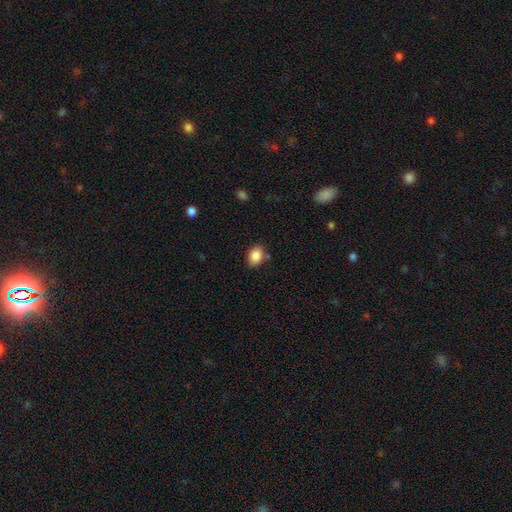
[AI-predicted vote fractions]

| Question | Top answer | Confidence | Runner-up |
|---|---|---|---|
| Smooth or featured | smooth | 87% | star or artifact (8%) |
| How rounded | in between | 71% | round (28%) |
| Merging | none | 81% | minor disturbance (13%) |